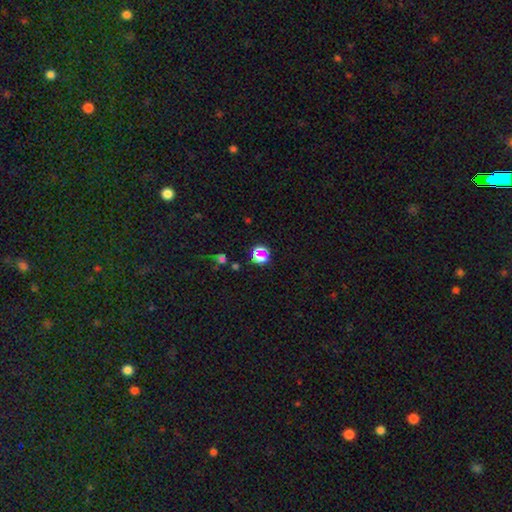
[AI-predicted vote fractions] A smooth galaxy with no disk features (45%).

Vote fractions:
- Smooth or featured? smooth: 45% / star or artifact: 43% / featured or disk: 12%
- Merging? none: 70% / minor disturbance: 13% / merger: 9% / major disturbance: 8%